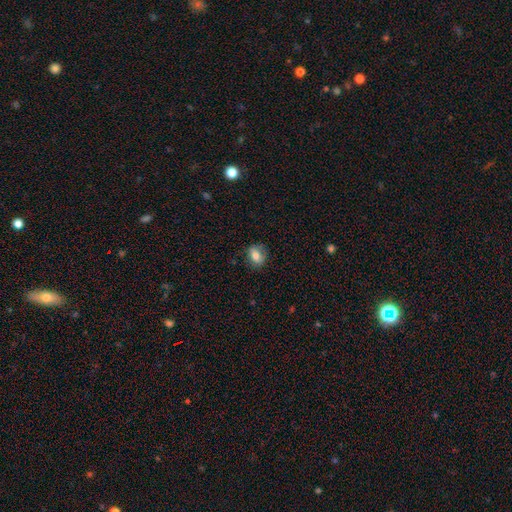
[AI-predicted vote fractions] Q: Smooth or featured?
A: smooth (72%); runner-up: featured or disk (19%)
Q: How rounded?
A: in between (54%); runner-up: round (44%)
Q: Merging?
A: none (78%); runner-up: minor disturbance (17%)